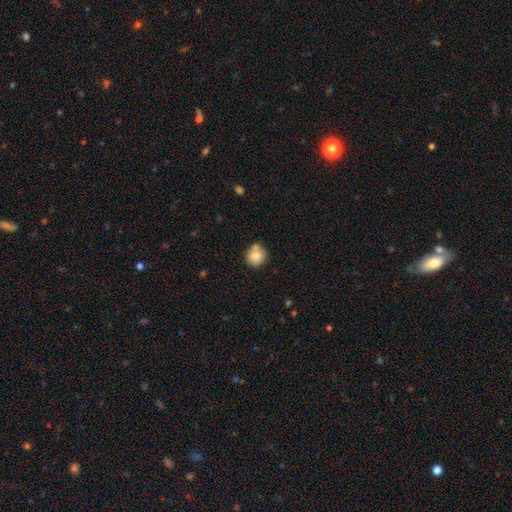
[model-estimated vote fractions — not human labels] Smooth or featured: smooth — 81% (featured or disk — 9%)
How rounded: round — 91% (in between — 8%)
Merging: none — 70% (minor disturbance — 14%)